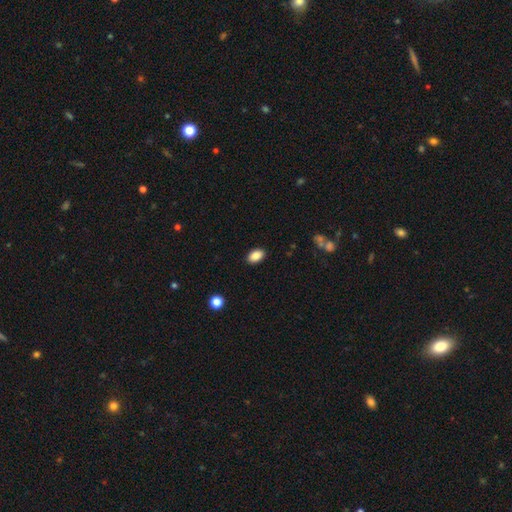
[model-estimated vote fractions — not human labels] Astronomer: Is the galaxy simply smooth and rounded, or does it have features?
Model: smooth — 88%.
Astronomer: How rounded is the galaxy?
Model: in between — 89%.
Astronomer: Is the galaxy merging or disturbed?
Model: none — 89%.